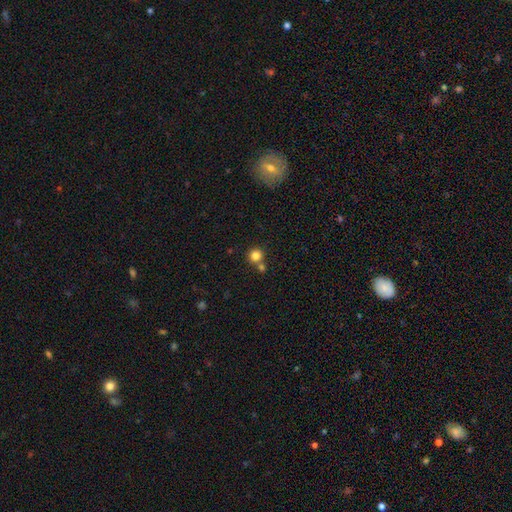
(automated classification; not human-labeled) smooth_or_featured: smooth (p=0.82) [alt: star or artifact p=0.12]
how_rounded: round (p=0.93) [alt: in between p=0.06]
merging: none (p=0.65) [alt: merger p=0.26]